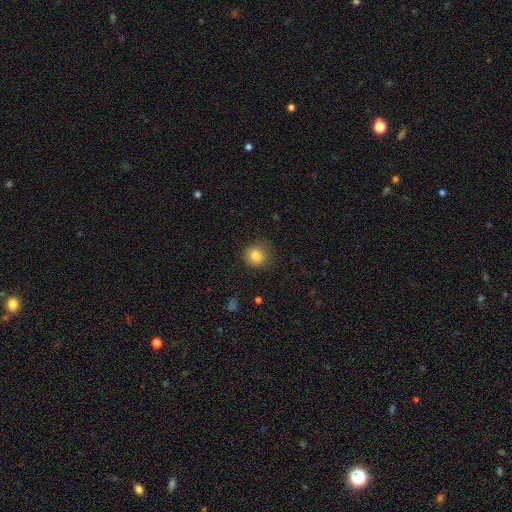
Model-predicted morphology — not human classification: A smooth galaxy with no disk features (84%) that is round (83%). Merging: none (79%).